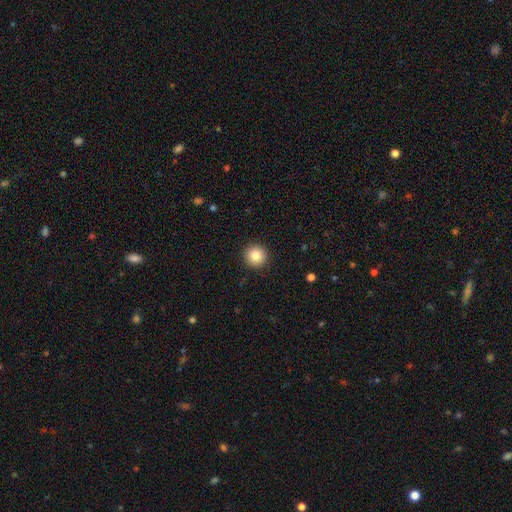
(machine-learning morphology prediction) A smooth galaxy with no disk features (83%) that is round (95%).

Vote fractions:
- Smooth or featured? smooth: 83% / star or artifact: 10% / featured or disk: 7%
- How rounded? round: 95% / in between: 4% / cigar-shaped: 1%
- Merging? none: 93% / minor disturbance: 5% / major disturbance: 2% / merger: 1%